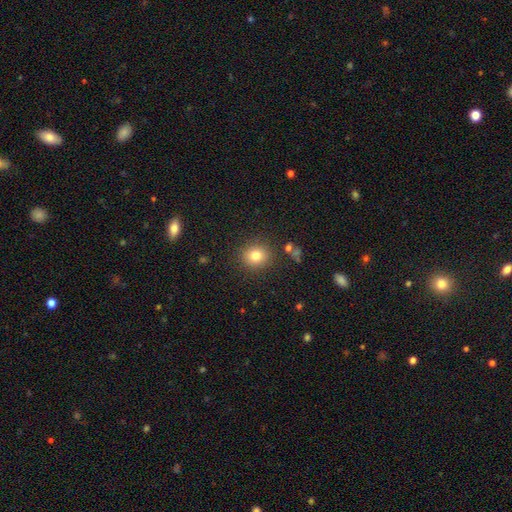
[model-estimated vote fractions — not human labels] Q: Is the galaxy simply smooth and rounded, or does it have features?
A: smooth — 80%.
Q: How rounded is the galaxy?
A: round — 85%.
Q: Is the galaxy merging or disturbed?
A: none — 87%.